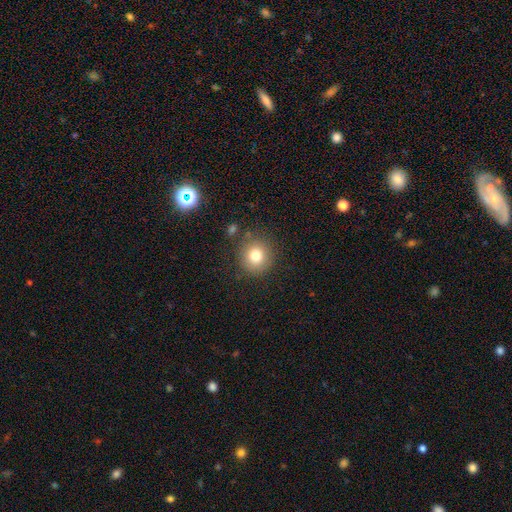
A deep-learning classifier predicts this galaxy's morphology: Smooth or featured? Predicted: smooth (p=0.79). How rounded? Predicted: round (p=0.89). Merging? Predicted: none (p=0.83).